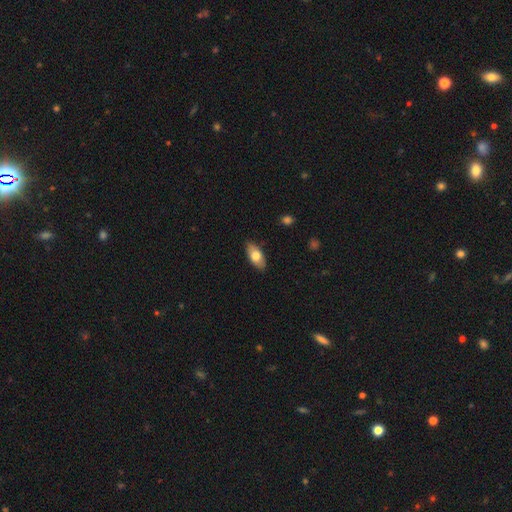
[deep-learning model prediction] A smooth galaxy with no disk features (73%) that is in between round and cigar-shaped (90%).

Vote fractions:
- Smooth or featured? smooth: 73% / featured or disk: 21% / star or artifact: 6%
- How rounded? in between: 90% / cigar-shaped: 7% / round: 3%
- Merging? none: 87% / minor disturbance: 10% / major disturbance: 2% / merger: 1%